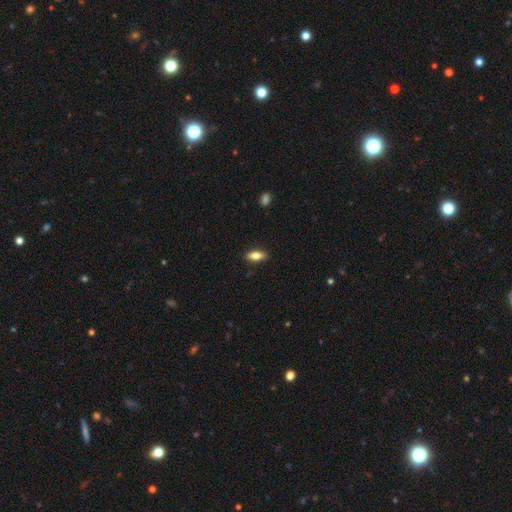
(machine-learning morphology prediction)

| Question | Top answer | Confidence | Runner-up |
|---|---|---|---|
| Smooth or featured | smooth | 80% | featured or disk (13%) |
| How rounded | in between | 80% | cigar-shaped (17%) |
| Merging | none | 88% | minor disturbance (9%) |